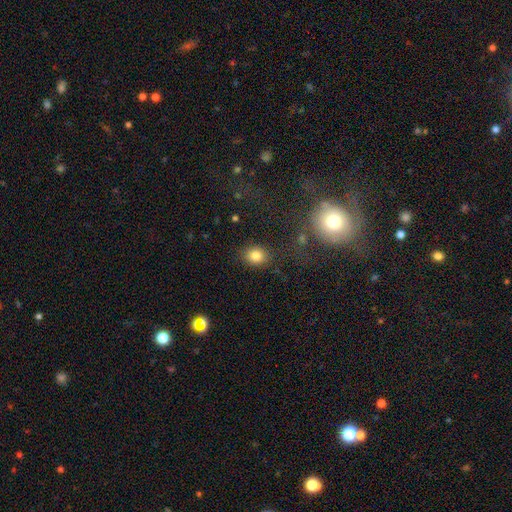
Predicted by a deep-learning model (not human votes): Q: Smooth or featured?
A: smooth (82%); runner-up: star or artifact (11%)
Q: How rounded?
A: round (54%); runner-up: in between (45%)
Q: Merging?
A: none (83%); runner-up: minor disturbance (11%)